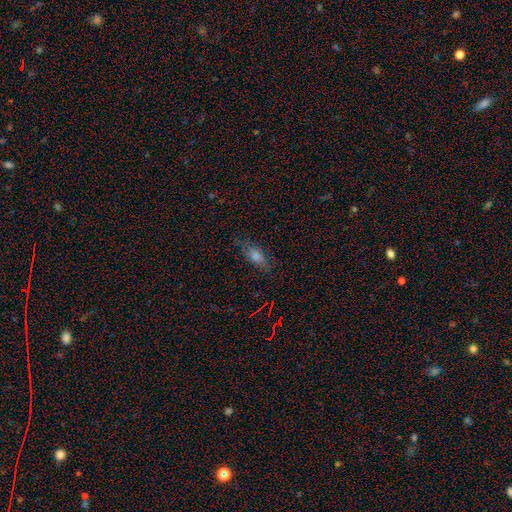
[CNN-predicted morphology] Overall: smooth (60%; featured or disk 23%). How rounded: in between (66%; cigar-shaped 28%). Merging: none (76%).